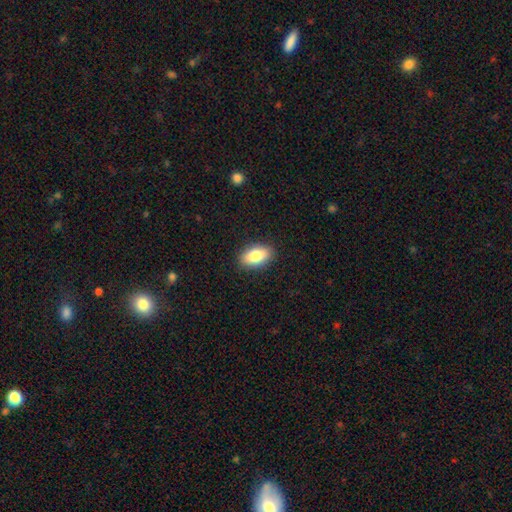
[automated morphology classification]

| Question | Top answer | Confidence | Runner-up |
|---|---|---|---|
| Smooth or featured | smooth | 81% | featured or disk (12%) |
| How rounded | in between | 90% | round (6%) |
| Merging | none | 89% | minor disturbance (8%) |